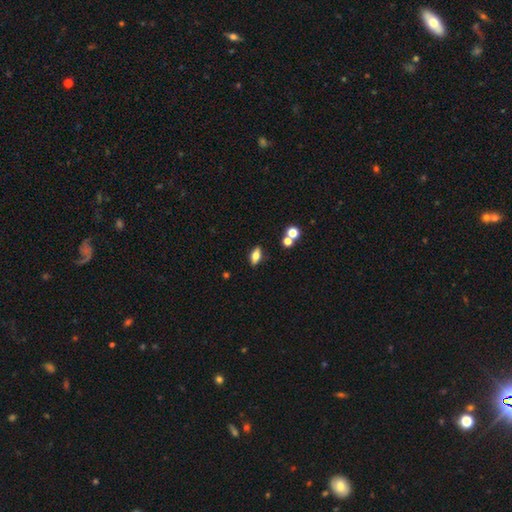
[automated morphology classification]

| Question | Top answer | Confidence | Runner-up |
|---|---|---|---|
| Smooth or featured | smooth | 66% | featured or disk (24%) |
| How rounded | in between | 80% | cigar-shaped (14%) |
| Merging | none | 85% | minor disturbance (9%) |